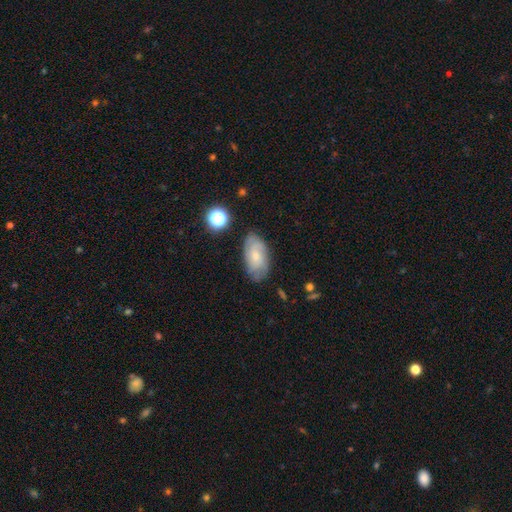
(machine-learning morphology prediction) Overall: featured or disk (51%; smooth 41%). Edge-on disk: no (94%). Merging: none (75%).